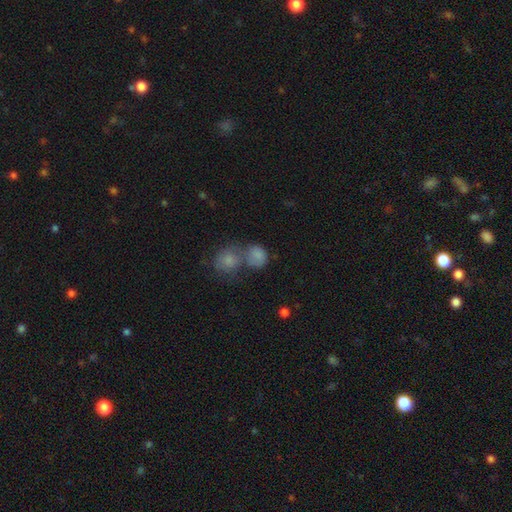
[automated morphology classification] Overall: smooth (80%). How rounded: round (67%; in between 32%). Merging: merger (58%; none 28%).